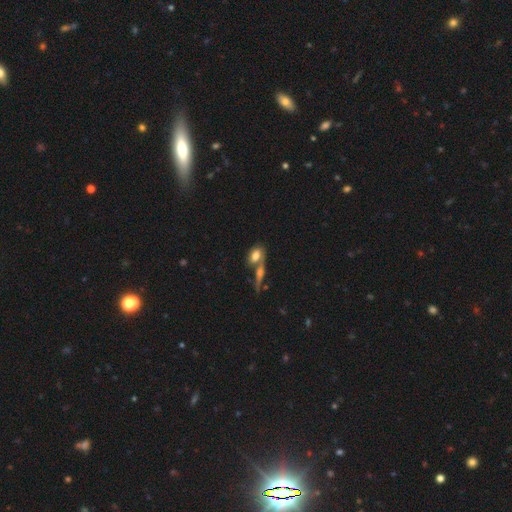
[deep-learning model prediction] This is likely a smooth galaxy (70%). How rounded: clearly in between (80%). Merging: possibly merger (45%).